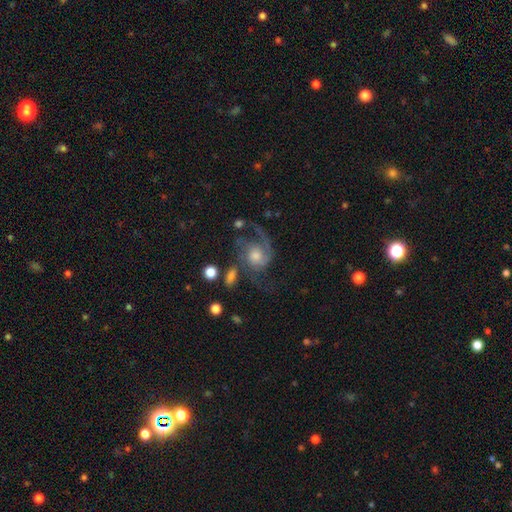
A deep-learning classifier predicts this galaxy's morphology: This is clearly a featured or disk galaxy (84%). It is clearly not viewed edge-on (98%). Bar: likely no (71%). Spiral arm pattern: clearly yes (96%). Spiral arm count: likely 2 (72%). Spiral winding: possibly medium (49%). Central bulge: possibly moderate (54%). Merging: possibly none (54%).